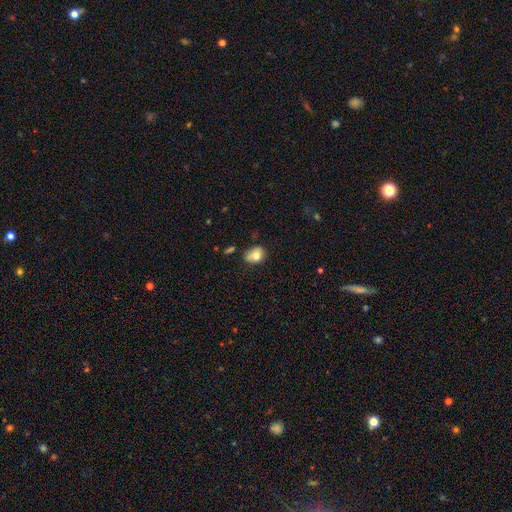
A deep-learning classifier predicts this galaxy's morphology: Overall: smooth (75%). How rounded: in between (56%; round 43%). Merging: none (59%; minor disturbance 28%).